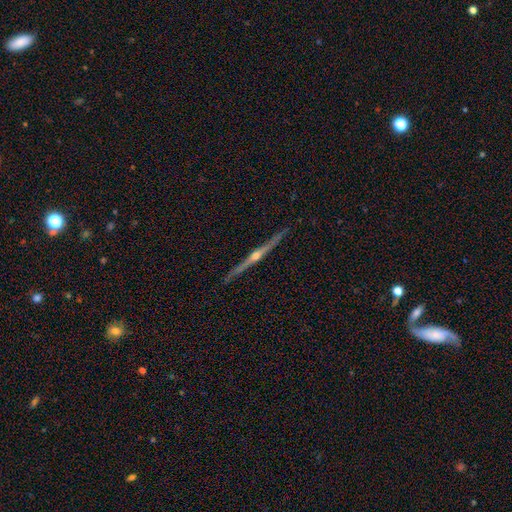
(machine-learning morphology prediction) smooth_or_featured: featured or disk (p=0.84) [alt: smooth p=0.11]
disk_edge_on: yes (p=0.98) [alt: no p=0.02]
edge_on_bulge: rounded (p=0.91) [alt: none p=0.06]
merging: none (p=0.89) [alt: minor disturbance p=0.08]